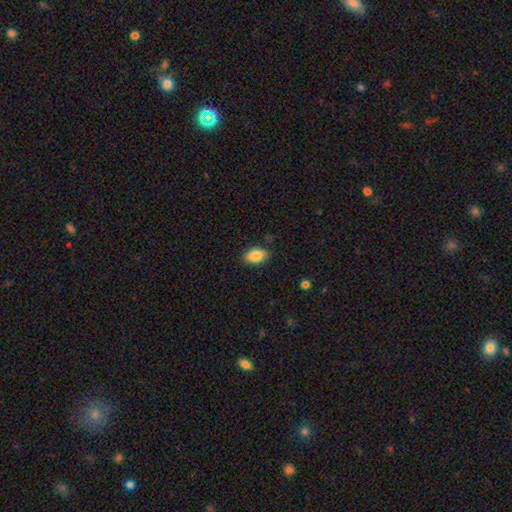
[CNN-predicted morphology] Smooth or featured? smooth (87%)
How rounded? in between (87%)
Merging? none (82%)